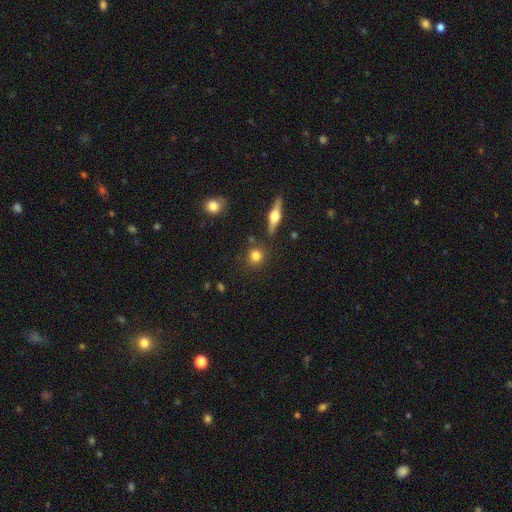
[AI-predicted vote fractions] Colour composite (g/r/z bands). It shows a smooth galaxy with no disk features (79%) that is round (86%). Merging: none (83%).